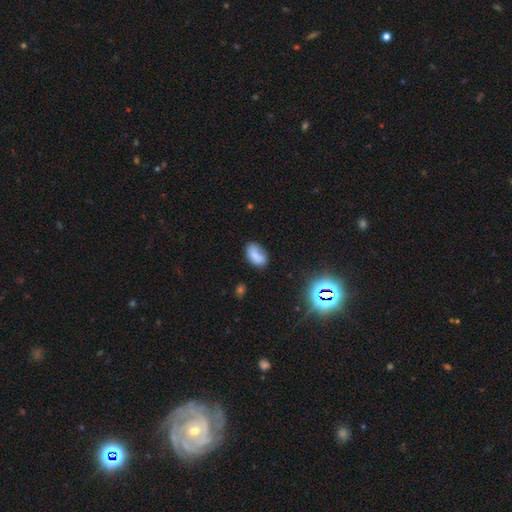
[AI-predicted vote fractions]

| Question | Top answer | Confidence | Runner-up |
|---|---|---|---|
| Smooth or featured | smooth | 75% | featured or disk (13%) |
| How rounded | in between | 89% | round (9%) |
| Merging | none | 59% | minor disturbance (24%) |